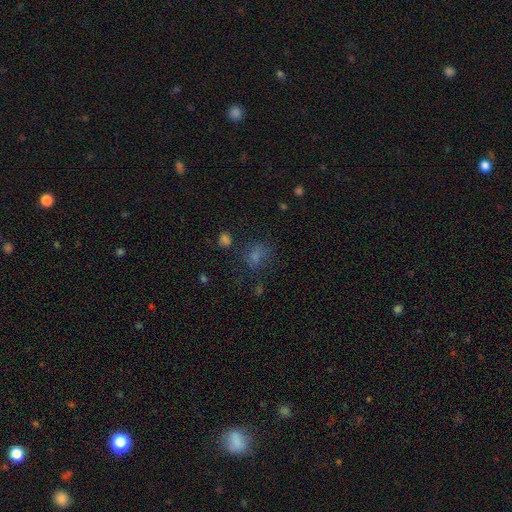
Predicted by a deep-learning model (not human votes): This appears to be a smooth galaxy with no disk features (65%) that is in between round and cigar-shaped (50%). Merging: none (56%).